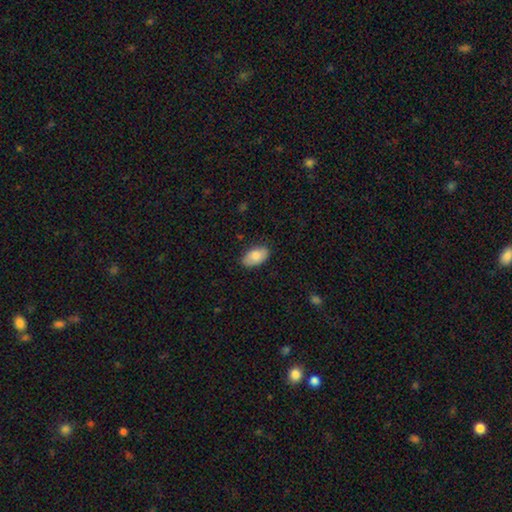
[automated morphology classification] Smooth or featured? Predicted: smooth (p=0.85). How rounded? Predicted: in between (p=0.94). Merging? Predicted: none (p=0.85).